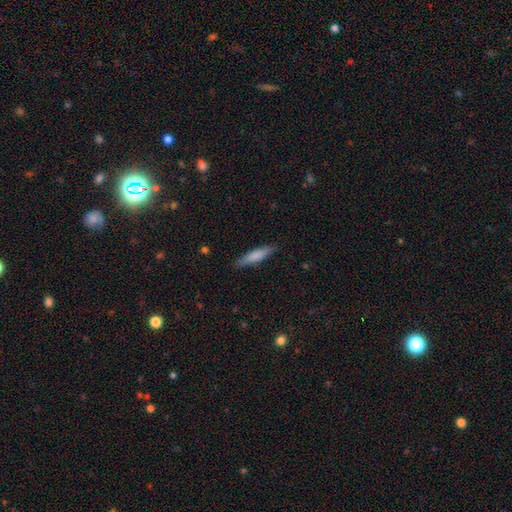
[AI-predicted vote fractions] Q: Smooth or featured?
A: smooth (75%); runner-up: featured or disk (20%)
Q: How rounded?
A: cigar-shaped (82%); runner-up: in between (16%)
Q: Merging?
A: none (87%); runner-up: minor disturbance (10%)